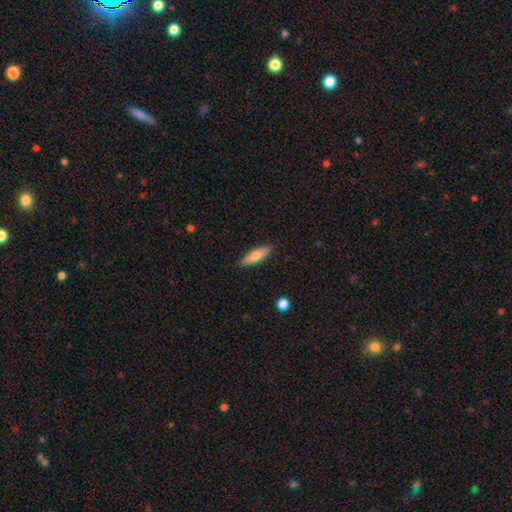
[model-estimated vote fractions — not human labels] smooth_or_featured: smooth (p=0.63) [alt: featured or disk p=0.31]
how_rounded: cigar-shaped (p=0.55) [alt: in between p=0.43]
merging: none (p=0.88) [alt: minor disturbance p=0.09]